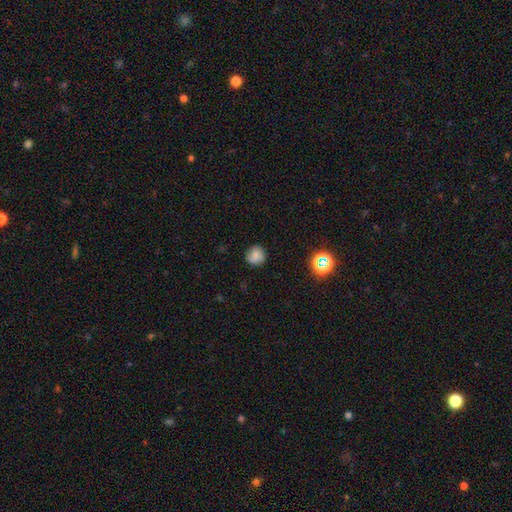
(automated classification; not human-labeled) This is likely a smooth galaxy (74%). How rounded: clearly round (88%). Merging: likely none (79%).